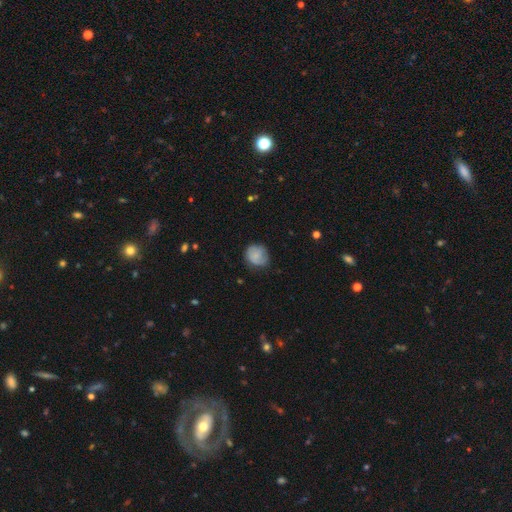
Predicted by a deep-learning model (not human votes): This appears to be a smooth galaxy with no disk features (64%) that is round (82%). Merging: none (70%).